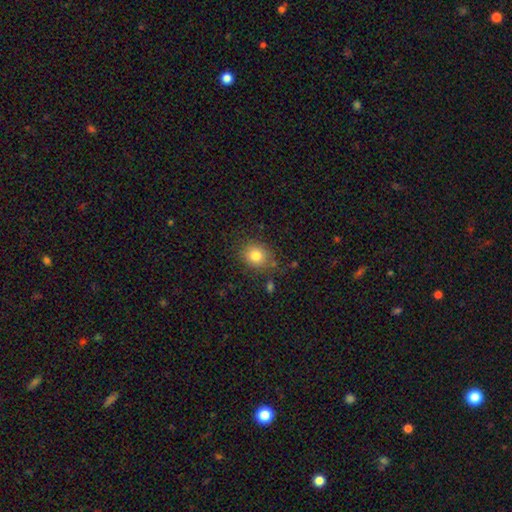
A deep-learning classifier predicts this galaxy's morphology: A smooth galaxy with no disk features (80%) that is round (71%).

Vote fractions:
- Smooth or featured? smooth: 80% / star or artifact: 12% / featured or disk: 8%
- How rounded? round: 71% / in between: 28% / cigar-shaped: 1%
- Merging? none: 80% / minor disturbance: 13% / major disturbance: 4% / merger: 3%